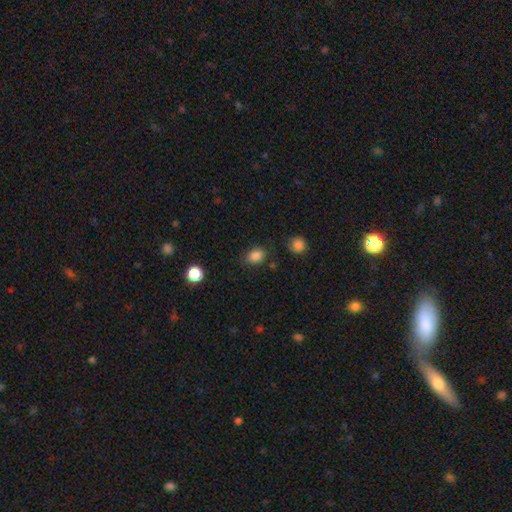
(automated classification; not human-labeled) smooth_or_featured: smooth (p=0.85) [alt: star or artifact p=0.11]
how_rounded: in between (p=0.65) [alt: round p=0.34]
merging: none (p=0.79) [alt: minor disturbance p=0.14]